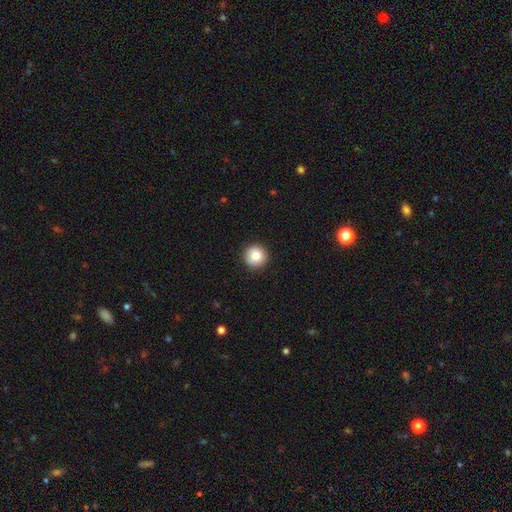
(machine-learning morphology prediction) A smooth galaxy with no disk features (84%) that is round (96%).

Vote fractions:
- Smooth or featured? smooth: 84% / star or artifact: 9% / featured or disk: 8%
- How rounded? round: 96% / in between: 3% / cigar-shaped: 1%
- Merging? none: 92% / minor disturbance: 6% / major disturbance: 2% / merger: 1%